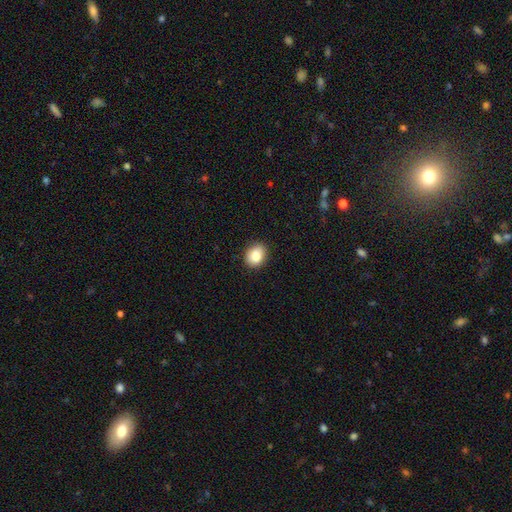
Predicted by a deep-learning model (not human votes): smooth 86%, star or artifact 8%, featured or disk 6%. Down the decision tree: how rounded — in between (58%); merging — none (86%).